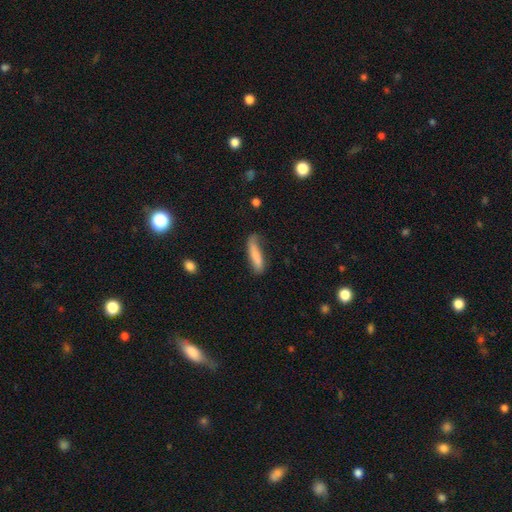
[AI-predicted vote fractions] This is likely a smooth galaxy (77%). How rounded: likely cigar-shaped (77%). Merging: possibly none (58%).